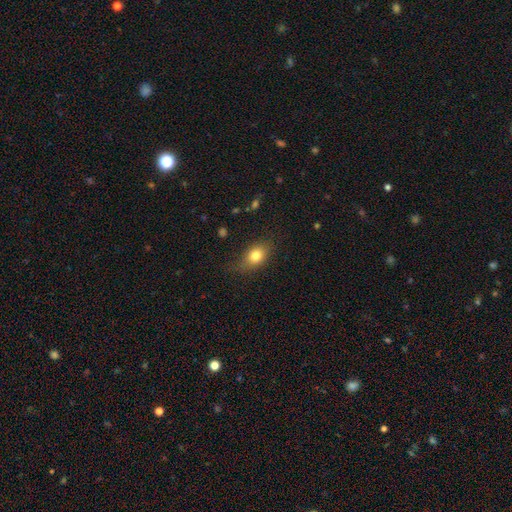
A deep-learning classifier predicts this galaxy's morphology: Q: Smooth or featured?
A: smooth (79%); runner-up: featured or disk (11%)
Q: How rounded?
A: in between (72%); runner-up: round (25%)
Q: Merging?
A: none (70%); runner-up: minor disturbance (22%)